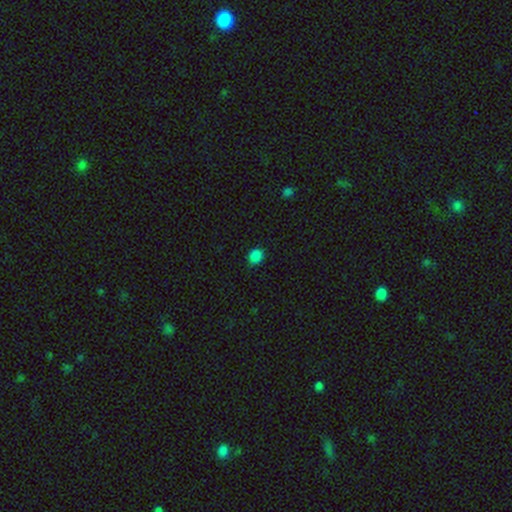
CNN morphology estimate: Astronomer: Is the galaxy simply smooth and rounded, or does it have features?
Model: smooth — 84%.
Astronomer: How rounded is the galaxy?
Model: round — 75%.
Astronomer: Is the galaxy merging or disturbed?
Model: none — 88%.